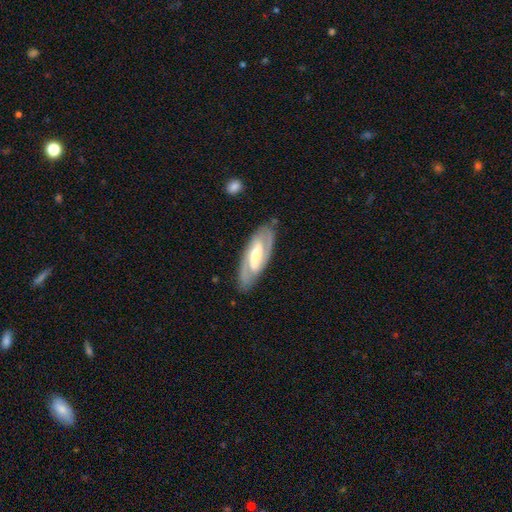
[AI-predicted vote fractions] Smooth or featured?
  - featured or disk: 81% *
  - smooth: 15%
  - star or artifact: 4%
Edge-on disk?
  - no: 90% *
  - yes: 10%
Bar?
  - strong: 52% *
  - weak: 33%
  - no: 15%
Spiral arms?
  - yes: 89% *
  - no: 11%
Spiral winding?
  - medium: 45% *
  - tight: 42%
  - loose: 13%
Spiral arm count?
  - 2: 87% *
  - can't tell: 8%
  - 1: 2%
  - 3: 1%
  - 4: 1%
  - more than 4: 1%
Bulge size?
  - moderate: 55% *
  - small: 31%
  - large: 10%
  - none: 2%
  - dominant: 1%
Merging?
  - none: 84% *
  - minor disturbance: 12%
  - major disturbance: 3%
  - merger: 1%